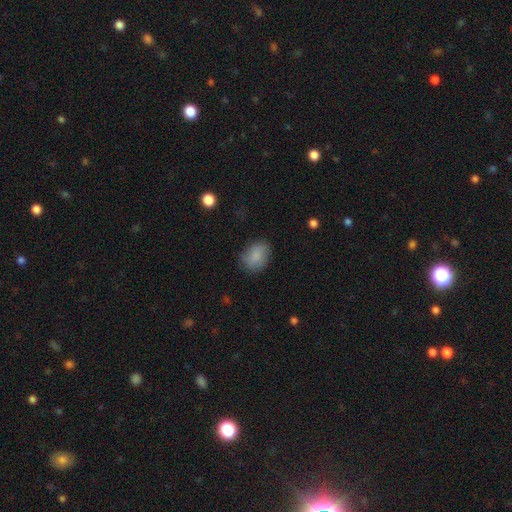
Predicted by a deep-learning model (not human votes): smooth-or-featured: smooth: 84% | featured or disk: 8% | star or artifact: 8%
  how-rounded: in between: 63% | round: 36% | cigar-shaped: 1%
  merging: none: 74% | minor disturbance: 20% | major disturbance: 5% | merger: 1%